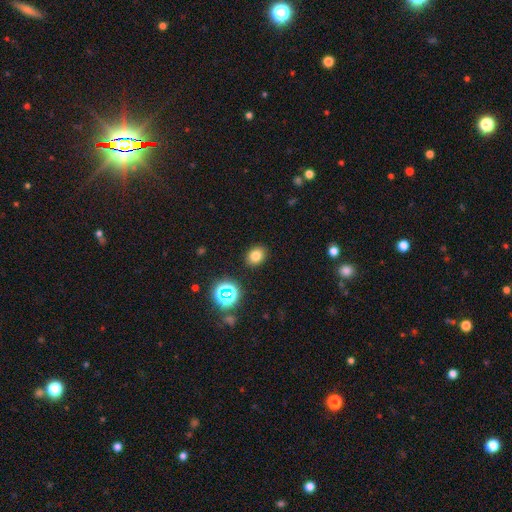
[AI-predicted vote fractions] smooth_or_featured: smooth (p=0.76) [alt: star or artifact p=0.17]
how_rounded: in between (p=0.51) [alt: round p=0.48]
merging: none (p=0.88) [alt: minor disturbance p=0.08]